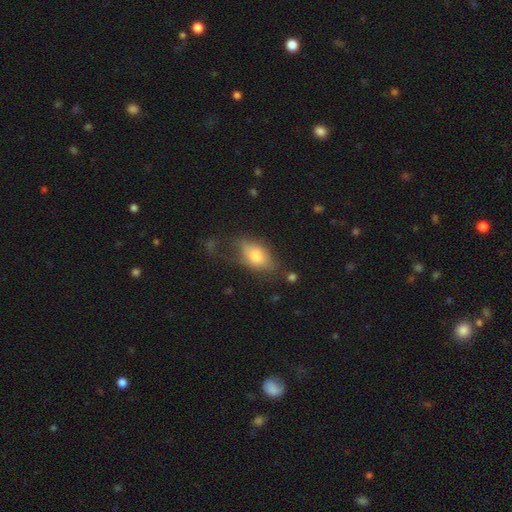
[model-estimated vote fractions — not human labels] A smooth galaxy with no disk features (71%) that is in between round and cigar-shaped (87%). Merging: none (50%).